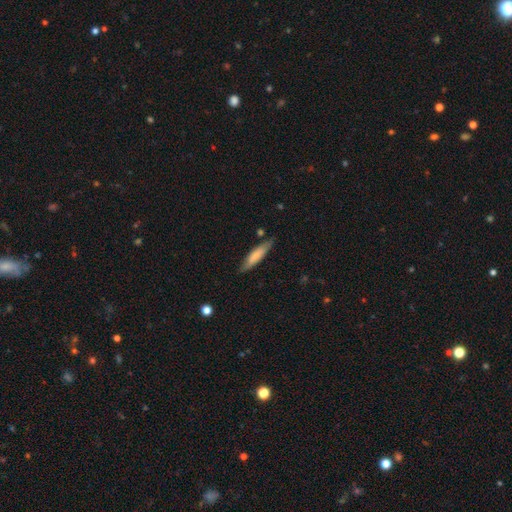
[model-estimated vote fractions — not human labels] This appears to be a smooth galaxy with no disk features (73%) that is cigar-shaped (76%). Merging: none (78%).